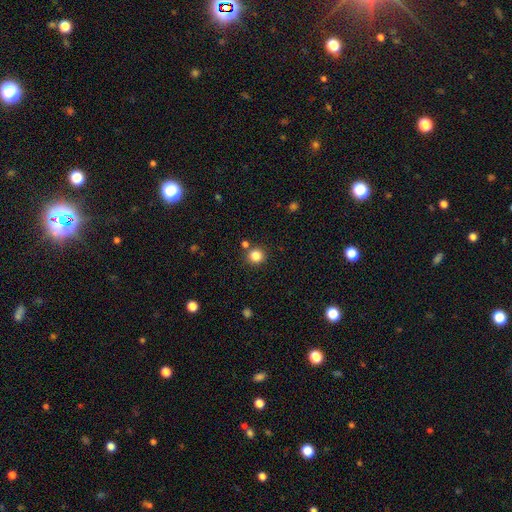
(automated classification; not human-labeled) Smooth or featured? smooth (84%)
How rounded? round (92%)
Merging? none (83%)